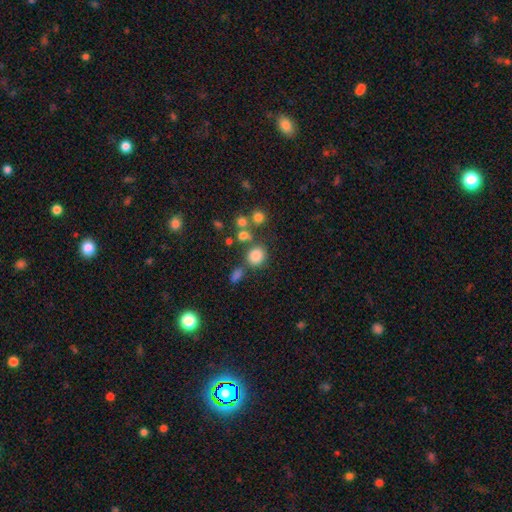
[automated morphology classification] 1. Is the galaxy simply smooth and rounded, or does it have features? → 80% smooth, 13% star or artifact, 6% featured or disk.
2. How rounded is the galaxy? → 77% round, 22% in between, 1% cigar-shaped.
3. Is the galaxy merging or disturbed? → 69% none, 15% merger, 12% minor disturbance, 5% major disturbance.